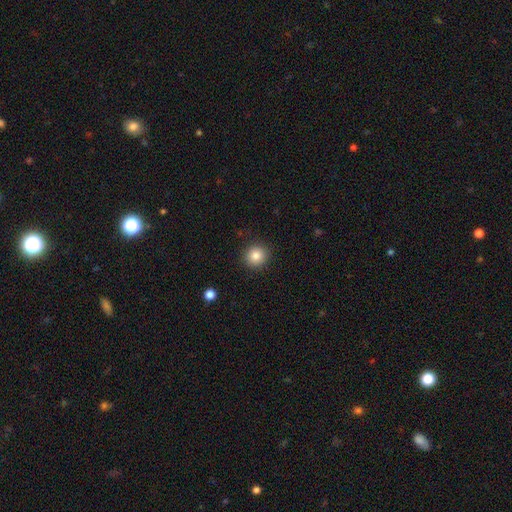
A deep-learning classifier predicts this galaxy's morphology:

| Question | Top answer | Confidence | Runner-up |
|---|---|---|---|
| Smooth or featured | smooth | 84% | star or artifact (10%) |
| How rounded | round | 93% | in between (6%) |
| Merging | none | 91% | minor disturbance (6%) |